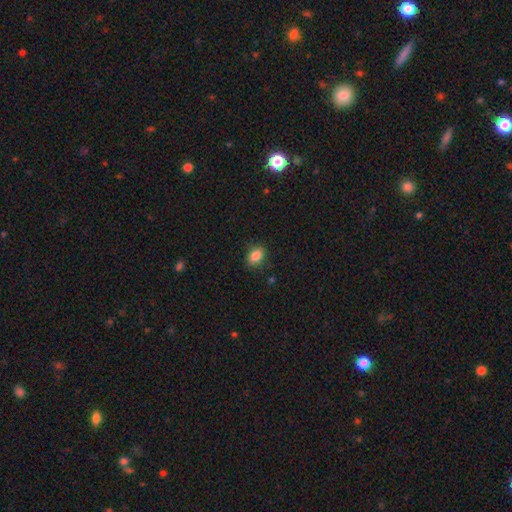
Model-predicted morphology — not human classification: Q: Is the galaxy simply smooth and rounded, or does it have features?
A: smooth — 86%.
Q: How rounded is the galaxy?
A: in between — 77%.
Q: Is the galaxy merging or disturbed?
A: none — 84%.